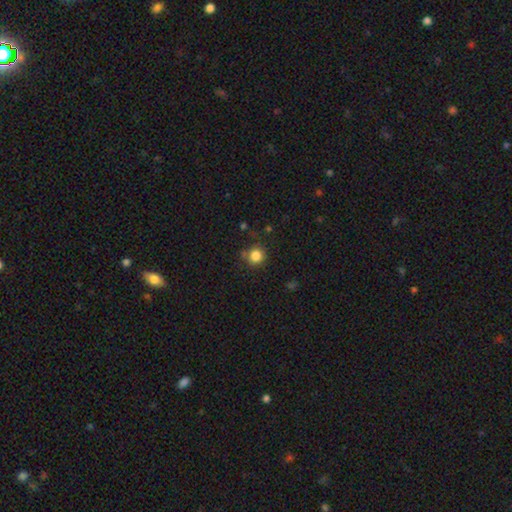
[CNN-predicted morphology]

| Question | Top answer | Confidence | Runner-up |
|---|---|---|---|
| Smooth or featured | smooth | 84% | star or artifact (12%) |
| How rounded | round | 92% | in between (7%) |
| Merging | none | 80% | minor disturbance (11%) |